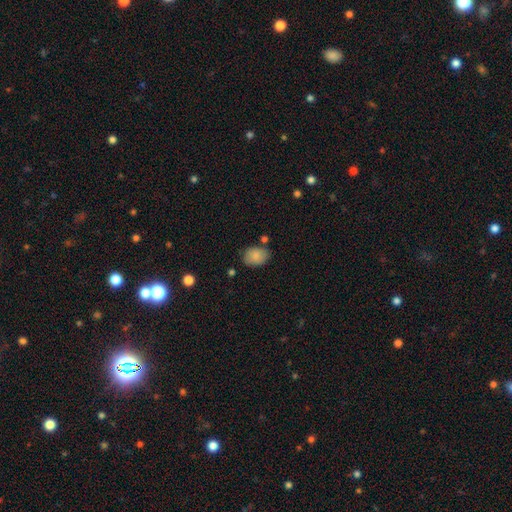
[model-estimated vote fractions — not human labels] Q: Smooth or featured?
A: smooth (86%); runner-up: star or artifact (7%)
Q: How rounded?
A: in between (75%); runner-up: round (24%)
Q: Merging?
A: none (76%); runner-up: minor disturbance (15%)